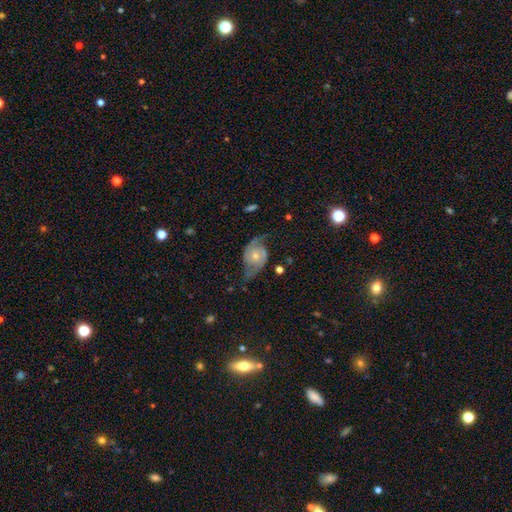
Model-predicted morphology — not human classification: Overall: featured or disk (82%). Edge-on disk: no (97%). Bar: no (72%). Spiral arms: yes (95%). Spiral arm count: 2 (90%). Spiral winding: medium (44%; loose 34%). Bulge size: small (51%; moderate 44%). Merging: none (64%).